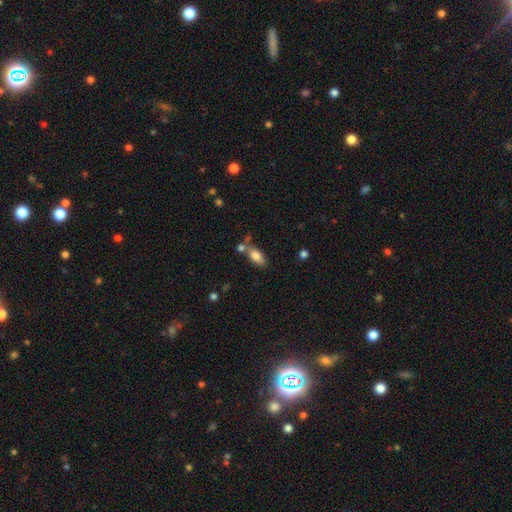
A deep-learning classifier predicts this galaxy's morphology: Smooth or featured? smooth (77%)
How rounded? in between (87%)
Merging? none (57%)